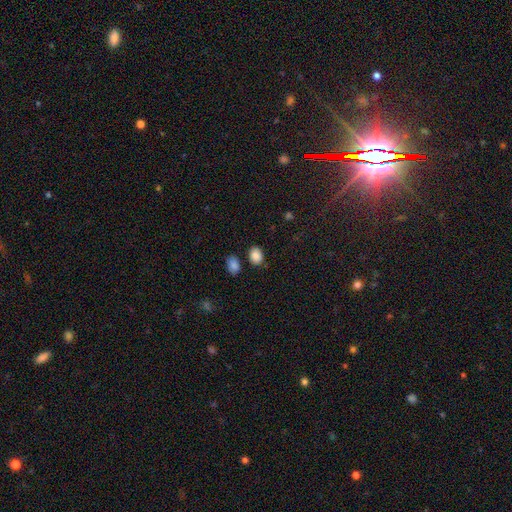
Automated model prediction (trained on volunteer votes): The model was most divided on "how rounded": in between: 66%, round: 33%, cigar-shaped: 1%. More confident: smooth or featured — smooth (87%); merging — none (80%).